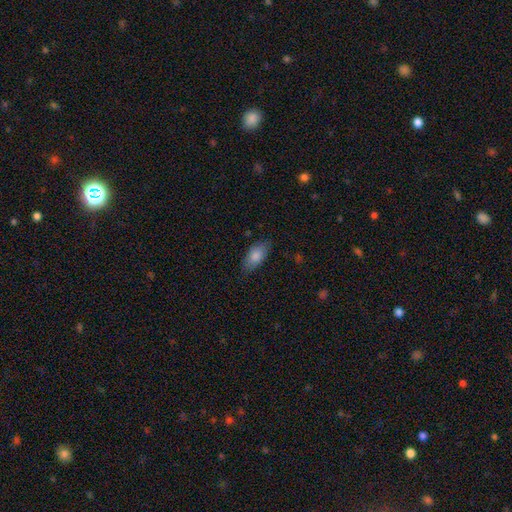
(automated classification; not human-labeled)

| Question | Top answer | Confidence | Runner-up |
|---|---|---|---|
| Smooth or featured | smooth | 83% | featured or disk (11%) |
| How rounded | in between | 89% | cigar-shaped (8%) |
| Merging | none | 79% | minor disturbance (17%) |